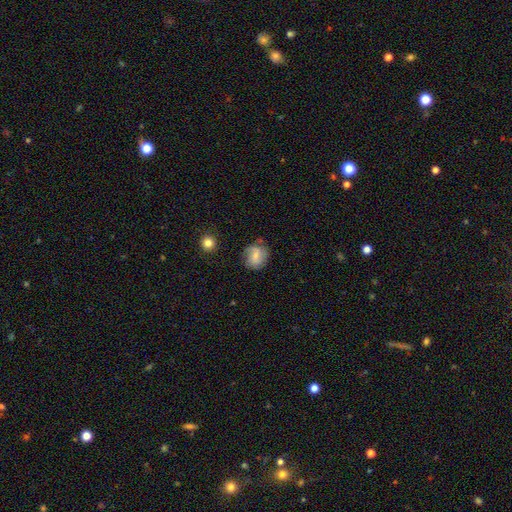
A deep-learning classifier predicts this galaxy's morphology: Smooth or featured?
  - smooth: 54% *
  - featured or disk: 37%
  - star or artifact: 8%
How rounded?
  - round: 76% *
  - in between: 23%
  - cigar-shaped: 1%
Merging?
  - none: 69% *
  - minor disturbance: 21%
  - major disturbance: 7%
  - merger: 2%